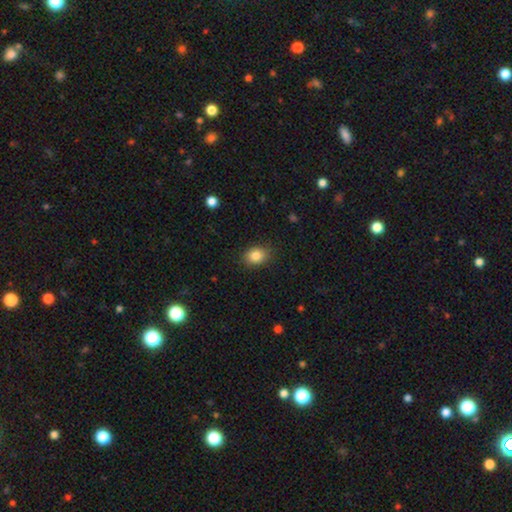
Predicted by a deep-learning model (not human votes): A smooth galaxy with no disk features (84%) that is in between round and cigar-shaped (64%).

Vote fractions:
- Smooth or featured? smooth: 84% / star or artifact: 9% / featured or disk: 6%
- How rounded? in between: 64% / round: 35% / cigar-shaped: 1%
- Merging? none: 86% / minor disturbance: 11% / major disturbance: 3% / merger: 1%